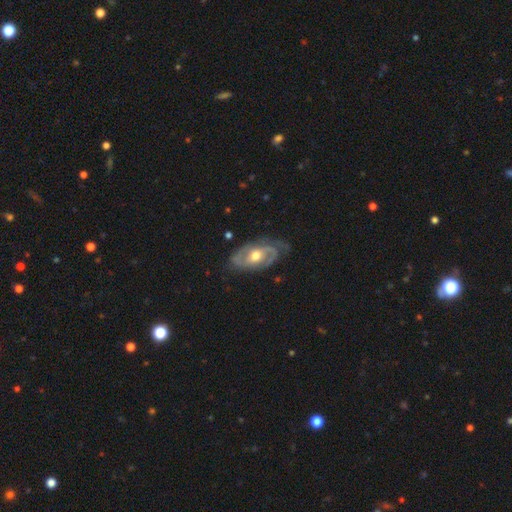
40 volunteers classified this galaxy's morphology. Overall: featured or disk (88%). Edge-on disk: no (100%). Bar: no (66%). Spiral arms: yes (100%). Spiral arm count: 2 (77%). Spiral winding: tight (57%; medium 37%). Bulge size: moderate (74%). Merging: none (71%).